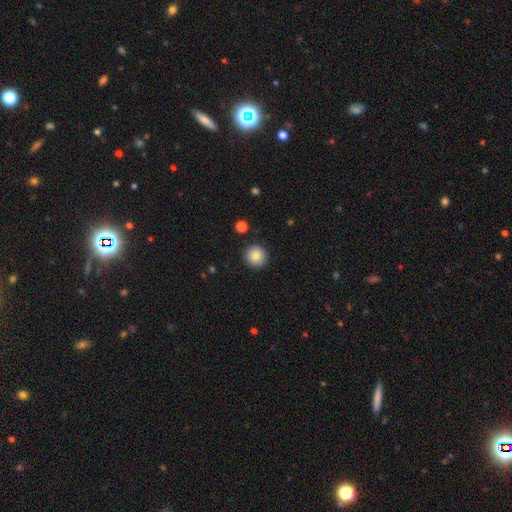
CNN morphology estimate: Q: Smooth or featured?
A: smooth (82%); runner-up: star or artifact (9%)
Q: How rounded?
A: round (95%); runner-up: in between (4%)
Q: Merging?
A: none (92%); runner-up: minor disturbance (5%)